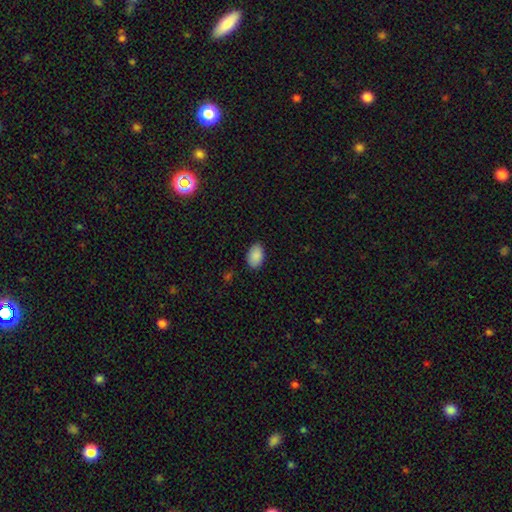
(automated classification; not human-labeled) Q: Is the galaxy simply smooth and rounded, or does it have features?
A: smooth — 89%.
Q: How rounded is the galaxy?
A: in between — 90%.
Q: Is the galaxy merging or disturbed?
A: none — 86%.